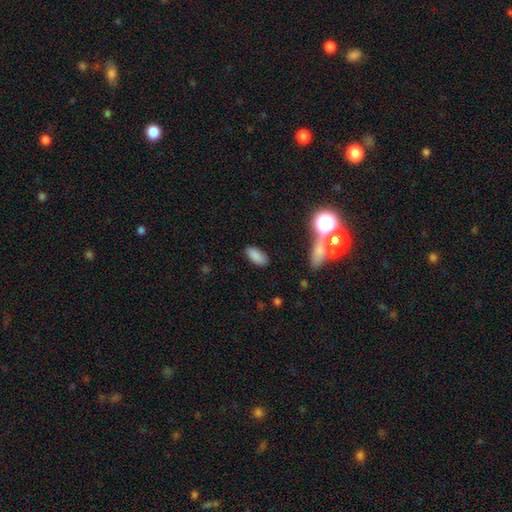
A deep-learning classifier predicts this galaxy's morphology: Smooth or featured? smooth (84%)
How rounded? in between (91%)
Merging? none (84%)